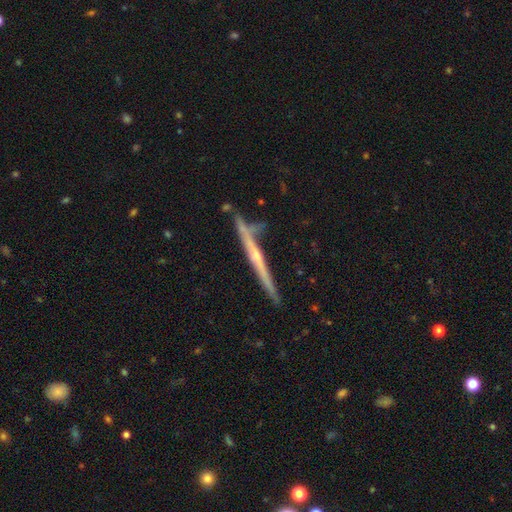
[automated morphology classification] featured or disk 76%, smooth 17%, star or artifact 7%. Down the decision tree: edge-on disk — yes (97%); edge-on bulge — rounded (55%); merging — none (76%).